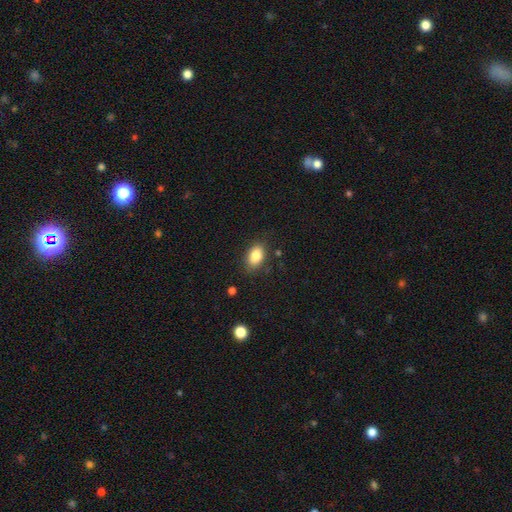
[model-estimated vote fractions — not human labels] Smooth or featured?
  - smooth: 85% *
  - star or artifact: 8%
  - featured or disk: 6%
How rounded?
  - in between: 89% *
  - round: 9%
  - cigar-shaped: 2%
Merging?
  - none: 82% *
  - minor disturbance: 13%
  - major disturbance: 3%
  - merger: 2%